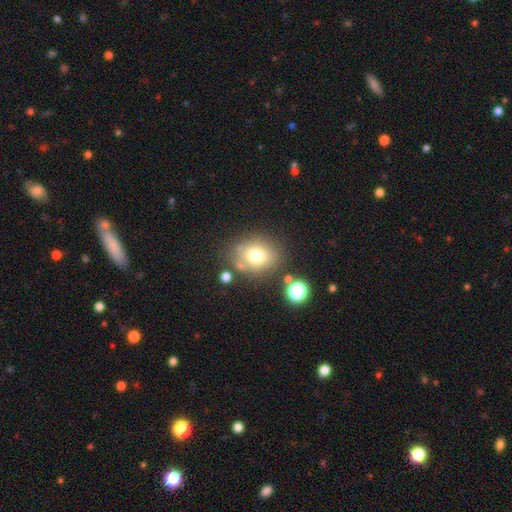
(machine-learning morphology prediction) Smooth or featured? Predicted: smooth (p=0.72). How rounded? Predicted: round (p=0.66). Merging? Predicted: none (p=0.70).